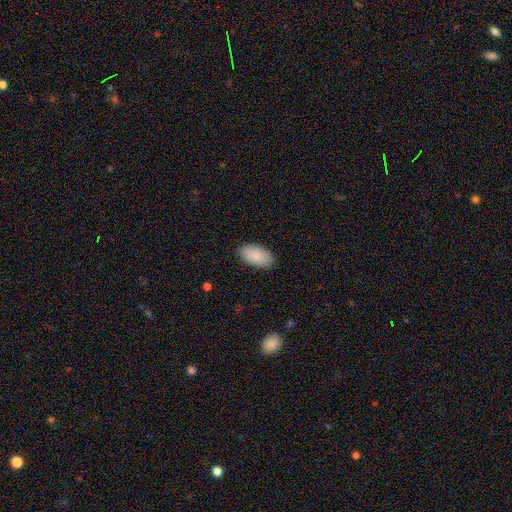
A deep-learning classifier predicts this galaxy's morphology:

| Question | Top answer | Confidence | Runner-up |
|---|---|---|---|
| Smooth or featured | smooth | 90% | star or artifact (6%) |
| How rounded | in between | 96% | round (3%) |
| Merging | none | 88% | minor disturbance (9%) |